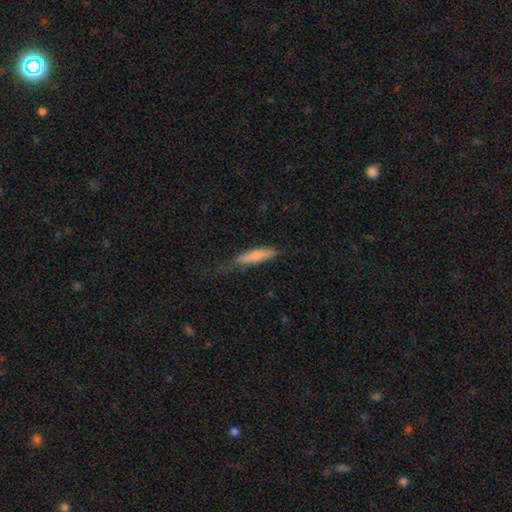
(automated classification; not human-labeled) smooth_or_featured: smooth (p=0.68) [alt: featured or disk p=0.26]
how_rounded: cigar-shaped (p=0.78) [alt: in between p=0.20]
merging: none (p=0.58) [alt: minor disturbance p=0.30]